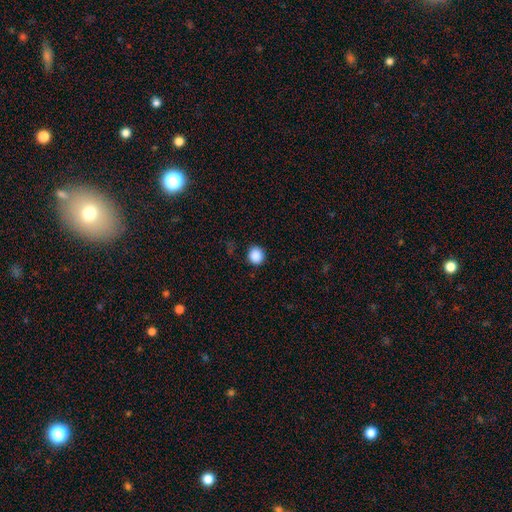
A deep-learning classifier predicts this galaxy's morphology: A smooth galaxy with no disk features (88%) that is round (89%).

Vote fractions:
- Smooth or featured? smooth: 88% / star or artifact: 9% / featured or disk: 2%
- How rounded? round: 89% / in between: 10% / cigar-shaped: 1%
- Merging? none: 89% / minor disturbance: 7% / major disturbance: 2% / merger: 1%